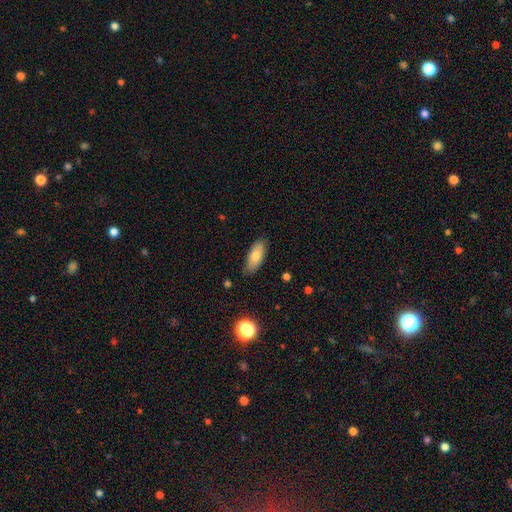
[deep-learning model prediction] A smooth galaxy with no disk features (79%) that is in between round and cigar-shaped (78%). Merging: none (82%).